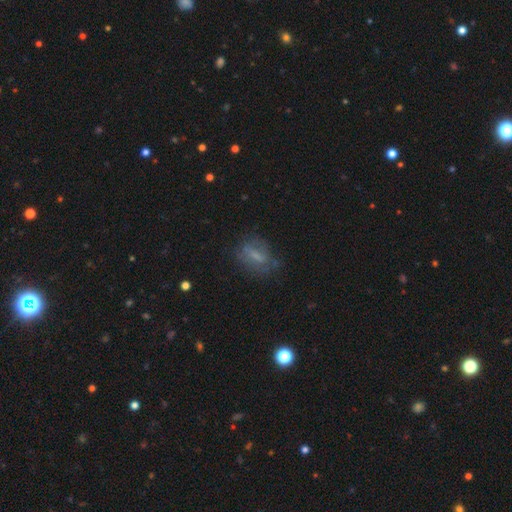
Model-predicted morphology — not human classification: Smooth or featured: smooth — 49% (featured or disk — 38%)
Merging: none — 62% (minor disturbance — 22%)